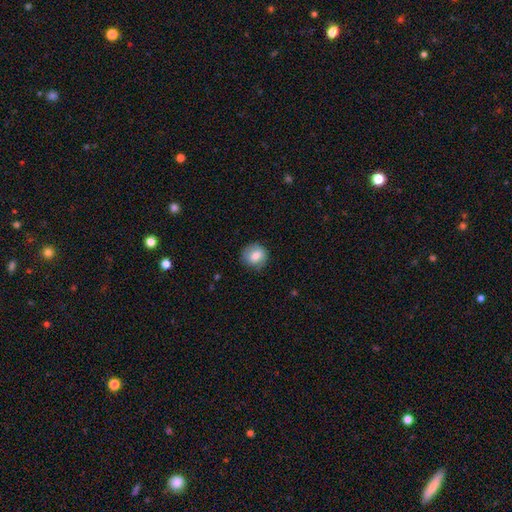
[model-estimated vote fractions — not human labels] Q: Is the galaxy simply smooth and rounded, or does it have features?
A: smooth — 79%.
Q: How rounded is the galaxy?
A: round — 85%.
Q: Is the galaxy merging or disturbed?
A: none — 80%.